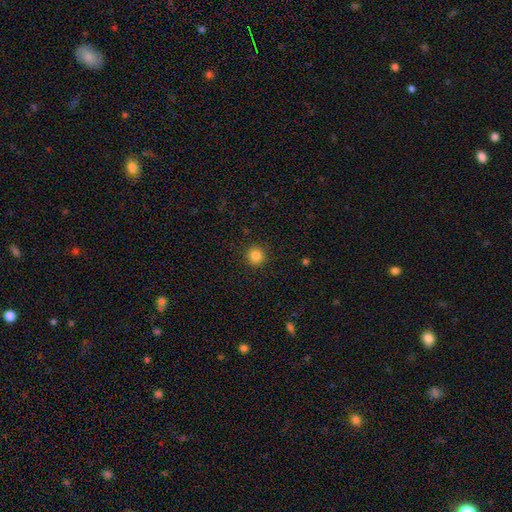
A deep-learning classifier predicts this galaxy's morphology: smooth 84%, star or artifact 11%, featured or disk 4%. Down the decision tree: how rounded — round (95%); merging — none (92%).